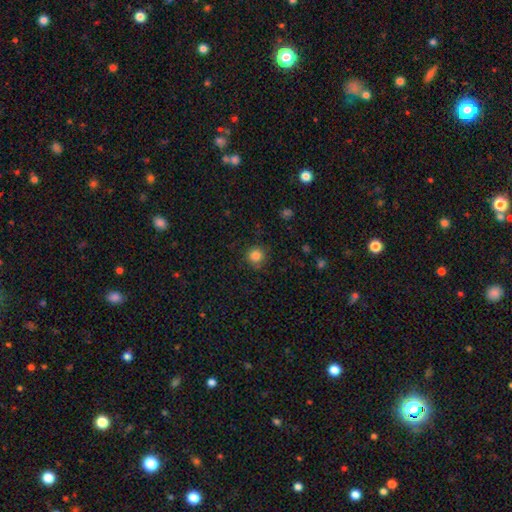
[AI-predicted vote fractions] This is clearly a smooth galaxy (84%). How rounded: clearly round (94%). Merging: clearly none (86%).